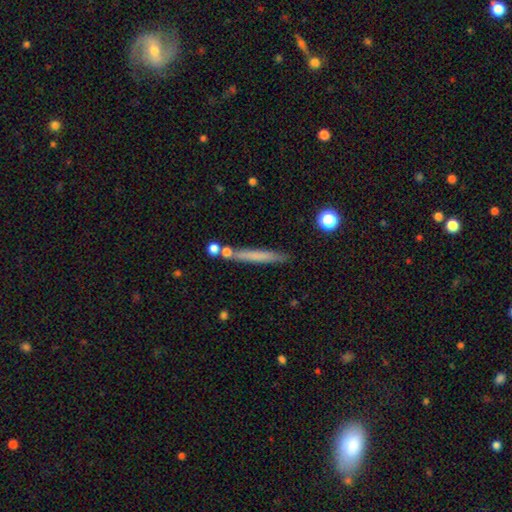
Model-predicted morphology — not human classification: A smooth galaxy with no disk features (63%) that is cigar-shaped (95%).

Vote fractions:
- Smooth or featured? smooth: 63% / featured or disk: 29% / star or artifact: 8%
- How rounded? cigar-shaped: 95% / in between: 3% / round: 2%
- Merging? none: 80% / minor disturbance: 11% / merger: 6% / major disturbance: 3%